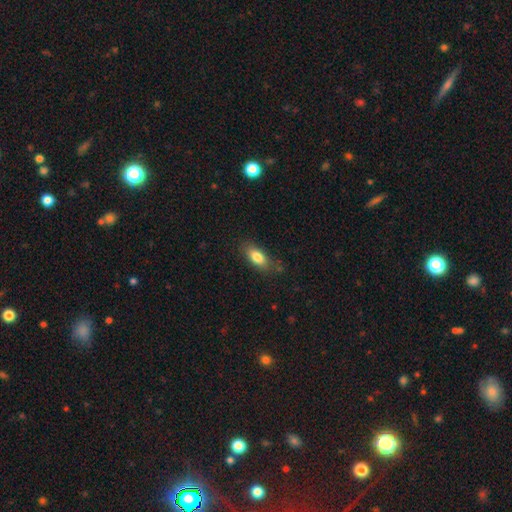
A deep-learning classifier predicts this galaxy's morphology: Q: Smooth or featured?
A: smooth (81%); runner-up: featured or disk (11%)
Q: How rounded?
A: in between (82%); runner-up: cigar-shaped (14%)
Q: Merging?
A: none (78%); runner-up: minor disturbance (16%)